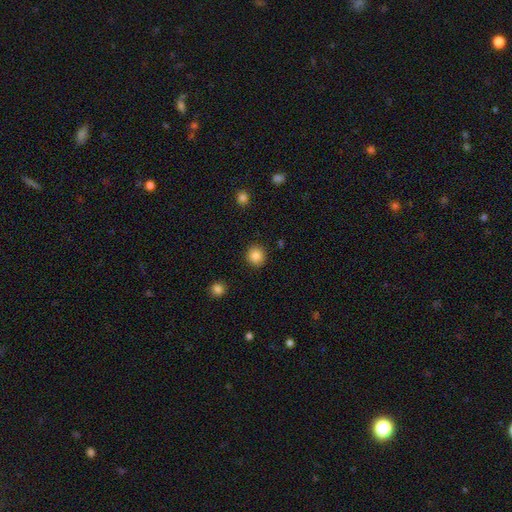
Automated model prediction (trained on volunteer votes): Q: Smooth or featured?
A: smooth (87%); runner-up: star or artifact (10%)
Q: How rounded?
A: round (90%); runner-up: in between (9%)
Q: Merging?
A: none (90%); runner-up: minor disturbance (6%)